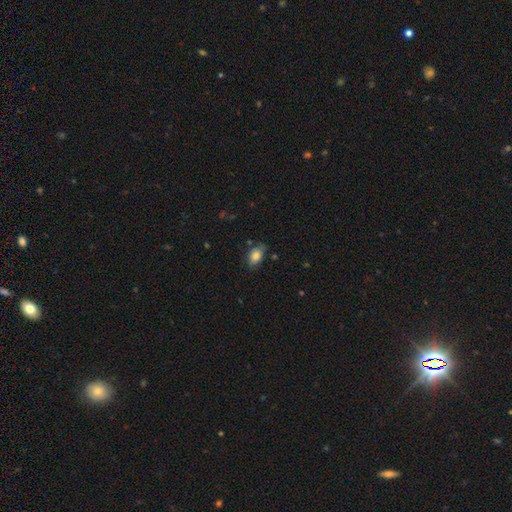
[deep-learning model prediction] smooth-or-featured: smooth: 76% | featured or disk: 15% | star or artifact: 8%
  how-rounded: in between: 87% | round: 10% | cigar-shaped: 2%
  merging: none: 66% | minor disturbance: 25% | major disturbance: 5% | merger: 3%